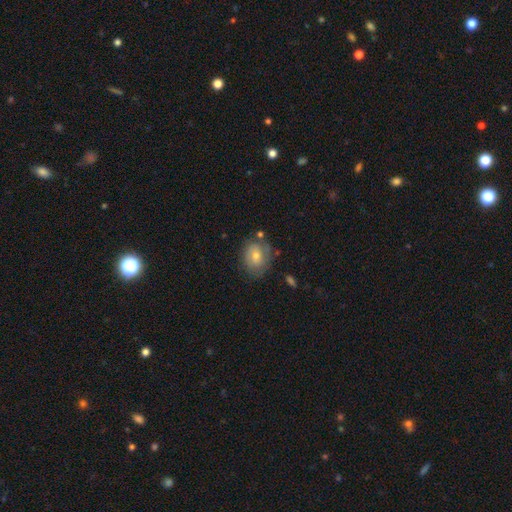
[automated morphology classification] A smooth galaxy with no disk features (61%) that is in between round and cigar-shaped (58%).

Vote fractions:
- Smooth or featured? smooth: 61% / featured or disk: 29% / star or artifact: 10%
- How rounded? in between: 58% / round: 41% / cigar-shaped: 1%
- Merging? none: 71% / minor disturbance: 19% / major disturbance: 6% / merger: 4%